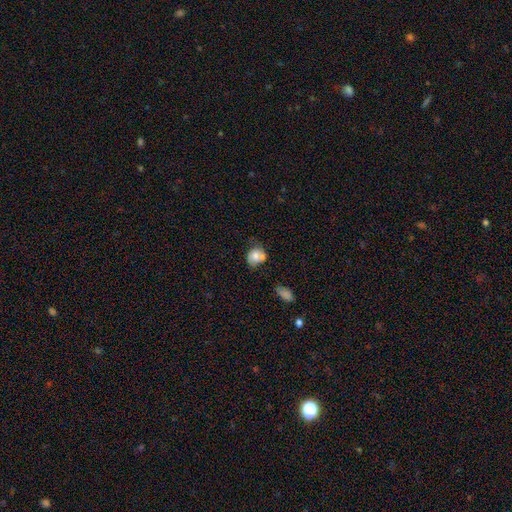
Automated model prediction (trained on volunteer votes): Morphology: type=smooth (60%); roundness=round (62%); merging=none (47%).